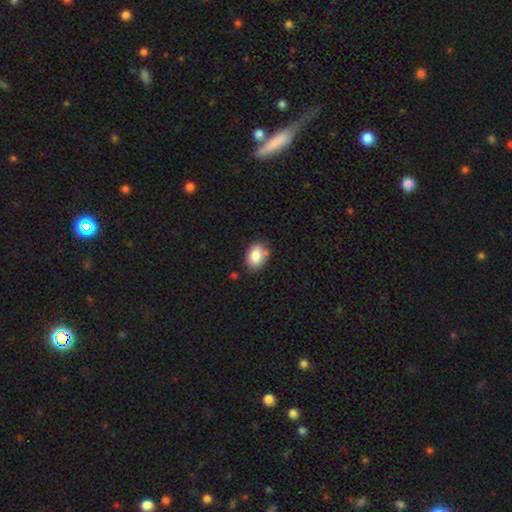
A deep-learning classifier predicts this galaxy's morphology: smooth_or_featured: smooth (p=0.86) [alt: star or artifact p=0.08]
how_rounded: in between (p=0.77) [alt: round p=0.22]
merging: none (p=0.72) [alt: minor disturbance p=0.18]